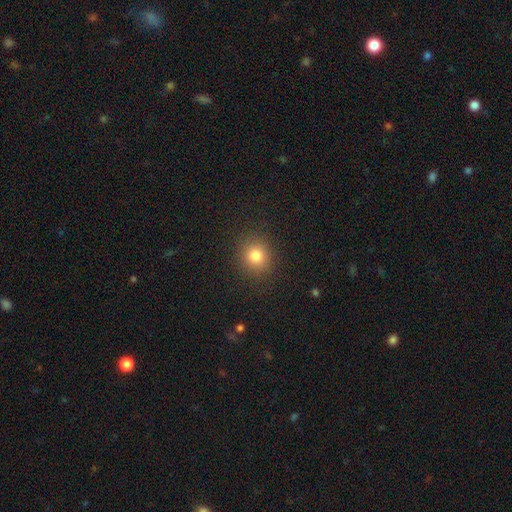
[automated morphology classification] Q: Smooth or featured?
A: smooth (81%); runner-up: star or artifact (13%)
Q: How rounded?
A: round (84%); runner-up: in between (15%)
Q: Merging?
A: none (89%); runner-up: minor disturbance (7%)